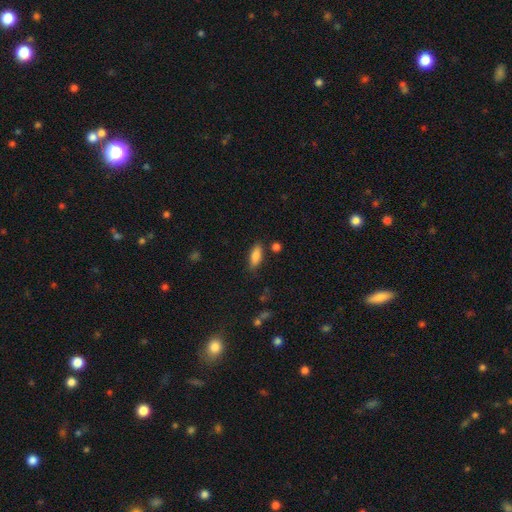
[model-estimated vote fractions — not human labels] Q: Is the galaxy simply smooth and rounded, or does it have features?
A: smooth — 84%.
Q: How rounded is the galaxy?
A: in between — 76%.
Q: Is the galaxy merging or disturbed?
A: none — 79%.